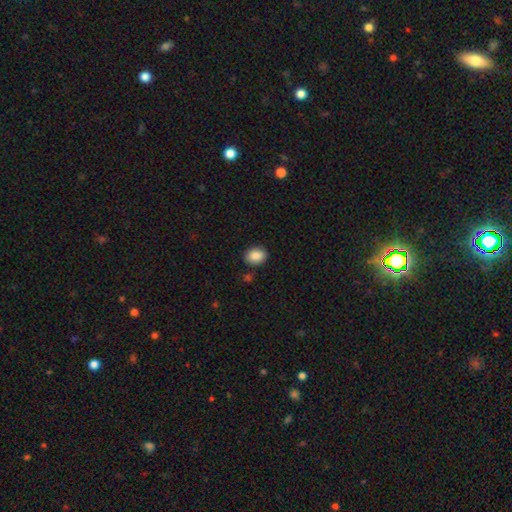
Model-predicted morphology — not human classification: smooth 88%, star or artifact 8%, featured or disk 4%. Down the decision tree: how rounded — in between (66%); merging — none (86%).